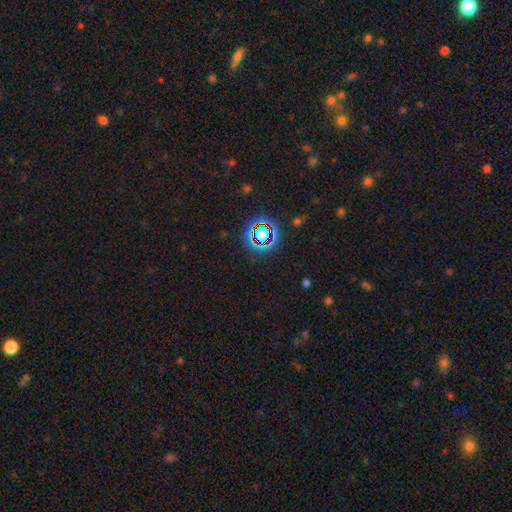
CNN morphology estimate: Overall: star or artifact (68%).